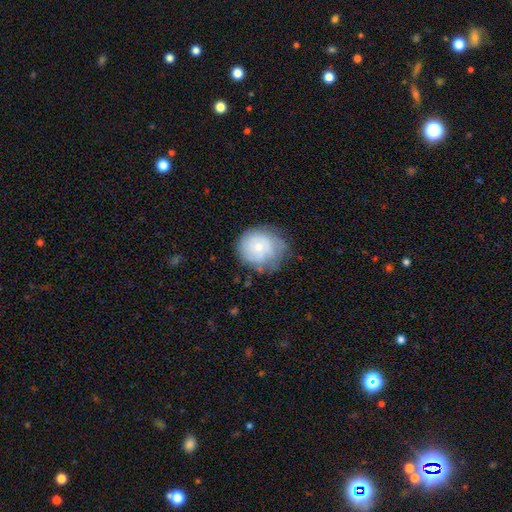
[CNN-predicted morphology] A smooth galaxy with no disk features (49%). Merging: none (59%).